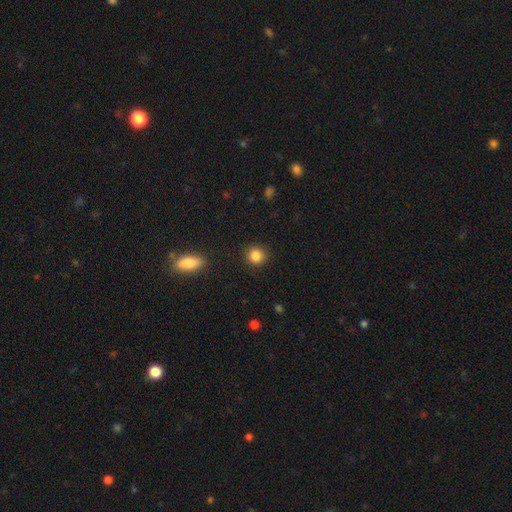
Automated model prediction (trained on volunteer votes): Smooth or featured?
  - smooth: 86% *
  - star or artifact: 10%
  - featured or disk: 4%
How rounded?
  - round: 89% *
  - in between: 10%
  - cigar-shaped: 1%
Merging?
  - none: 90% *
  - minor disturbance: 7%
  - major disturbance: 2%
  - merger: 1%